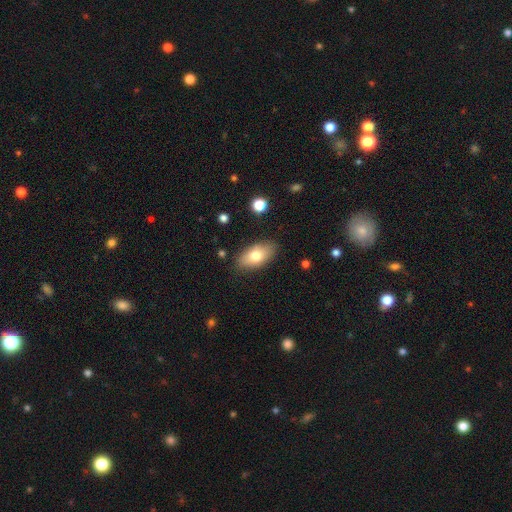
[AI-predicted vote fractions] Q: Smooth or featured?
A: smooth (73%); runner-up: featured or disk (19%)
Q: How rounded?
A: in between (91%); runner-up: round (5%)
Q: Merging?
A: none (85%); runner-up: minor disturbance (11%)